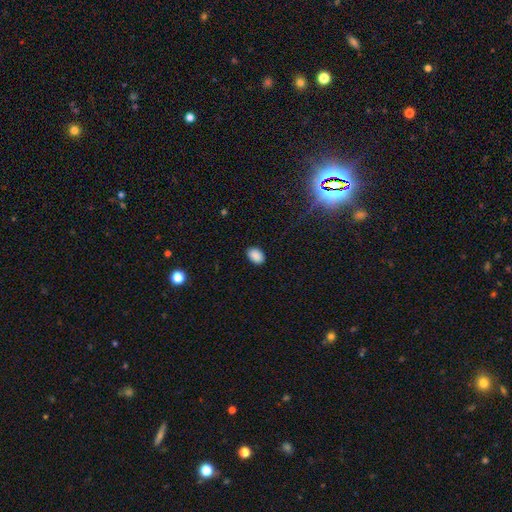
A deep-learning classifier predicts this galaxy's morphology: Smooth or featured: smooth — 88% (star or artifact — 9%)
How rounded: in between — 85% (round — 14%)
Merging: none — 89% (minor disturbance — 8%)